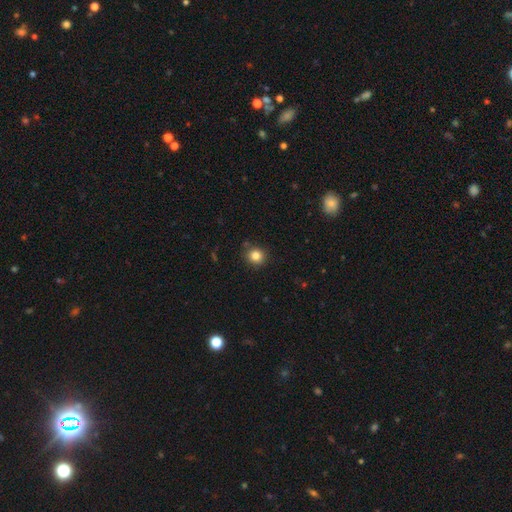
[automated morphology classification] A smooth galaxy with no disk features (83%) that is round (91%). Merging: none (87%).